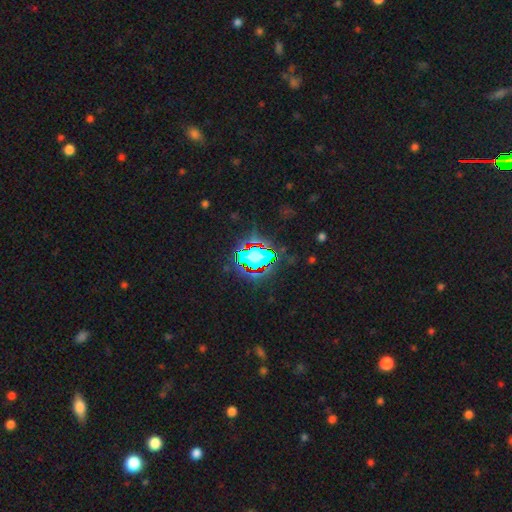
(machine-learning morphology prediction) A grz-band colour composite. It shows a star or artifact, not a galaxy (62%).